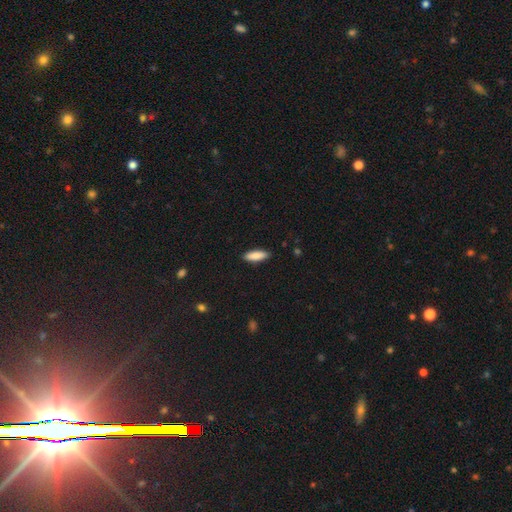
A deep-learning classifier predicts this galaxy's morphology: Overall: smooth (87%). How rounded: in between (54%; cigar-shaped 44%). Merging: none (89%).